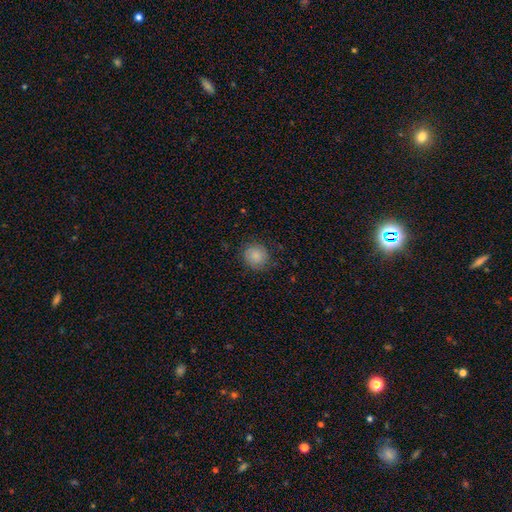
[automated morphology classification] smooth-or-featured: smooth: 84% | star or artifact: 8% | featured or disk: 7%
  how-rounded: round: 87% | in between: 12% | cigar-shaped: 1%
  merging: none: 83% | minor disturbance: 13% | major disturbance: 4% | merger: 1%